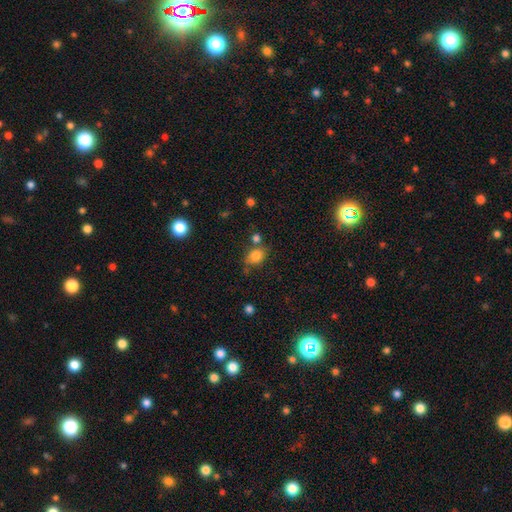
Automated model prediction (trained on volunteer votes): This is clearly a smooth galaxy (82%). How rounded: possibly in between (56%). Merging: likely none (63%).